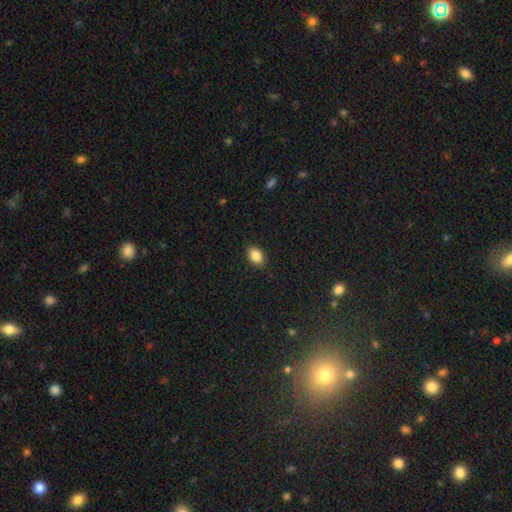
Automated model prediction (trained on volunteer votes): smooth_or_featured: smooth (p=0.87) [alt: star or artifact p=0.09]
how_rounded: in between (p=0.77) [alt: round p=0.22]
merging: none (p=0.88) [alt: minor disturbance p=0.09]